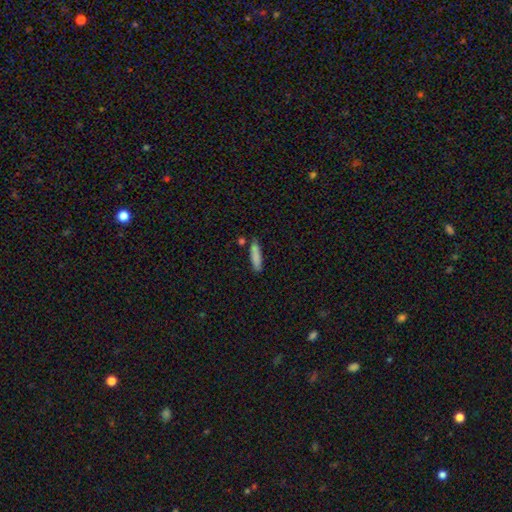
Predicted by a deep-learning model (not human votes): Smooth or featured? Predicted: smooth (p=0.85). How rounded? Predicted: cigar-shaped (p=0.76). Merging? Predicted: none (p=0.77).